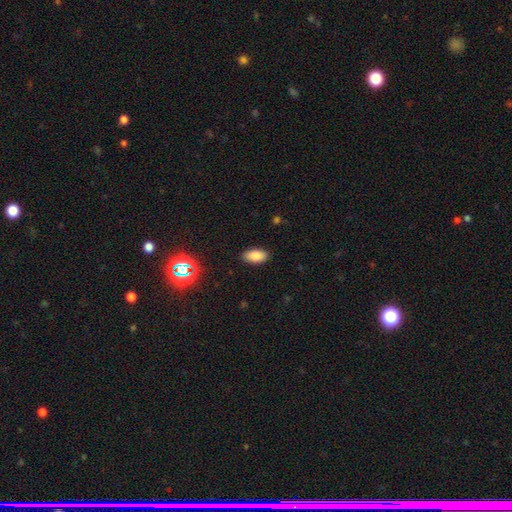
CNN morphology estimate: Smooth or featured? Predicted: smooth (p=0.83). How rounded? Predicted: in between (p=0.92). Merging? Predicted: none (p=0.88).